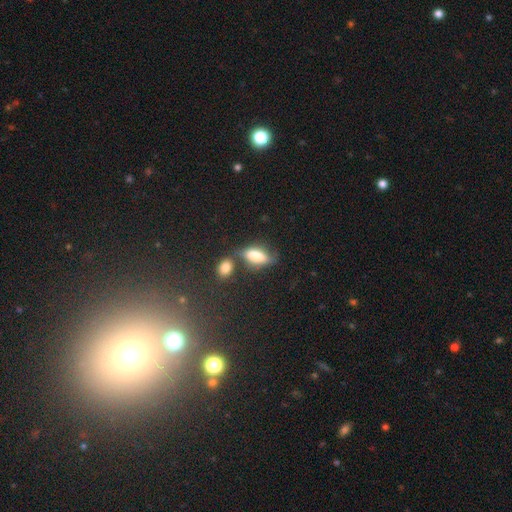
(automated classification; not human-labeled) Morphology: type=smooth (75%); roundness=in between (81%); merging=none (49%).